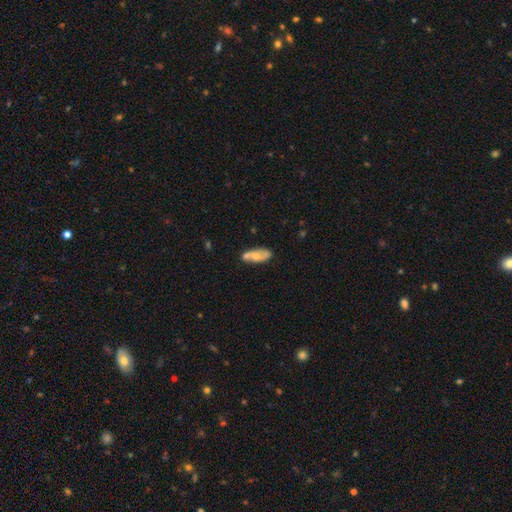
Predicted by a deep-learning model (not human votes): Smooth or featured?
  - smooth: 49% *
  - featured or disk: 45%
  - star or artifact: 7%
Merging?
  - none: 52% *
  - merger: 21%
  - minor disturbance: 20%
  - major disturbance: 6%